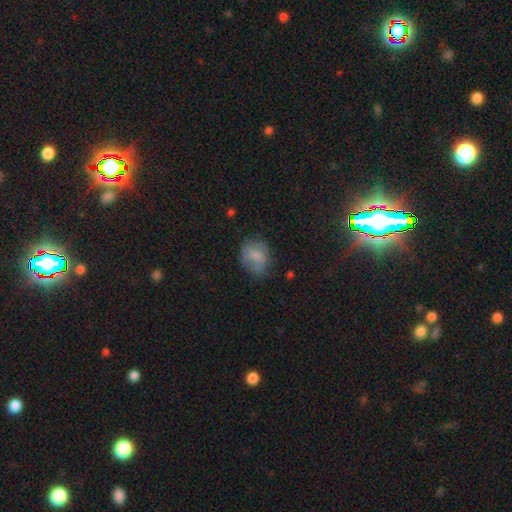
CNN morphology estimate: Smooth or featured? smooth (62%)
How rounded? in between (53%)
Merging? none (56%)